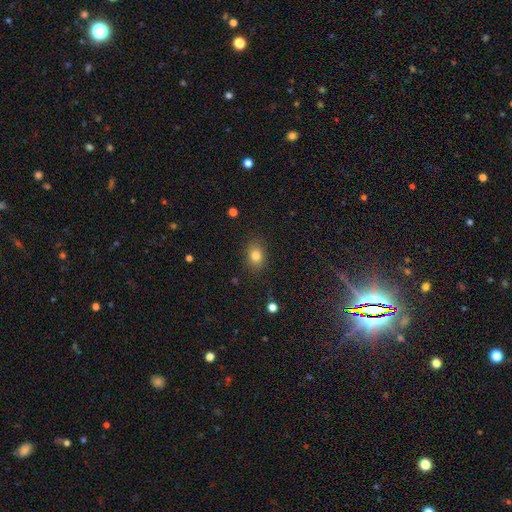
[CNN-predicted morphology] Smooth or featured?
  - smooth: 81% *
  - star or artifact: 11%
  - featured or disk: 7%
How rounded?
  - in between: 63% *
  - round: 36%
  - cigar-shaped: 1%
Merging?
  - none: 86% *
  - minor disturbance: 10%
  - major disturbance: 3%
  - merger: 1%